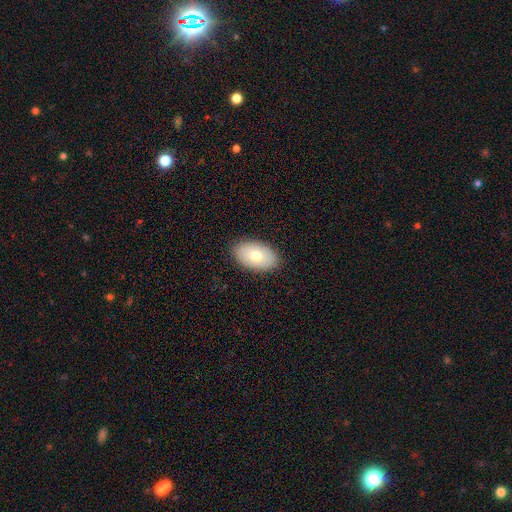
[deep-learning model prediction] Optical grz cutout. It shows a smooth galaxy with no disk features (71%) that is in between round and cigar-shaped (92%). Merging: none (88%).